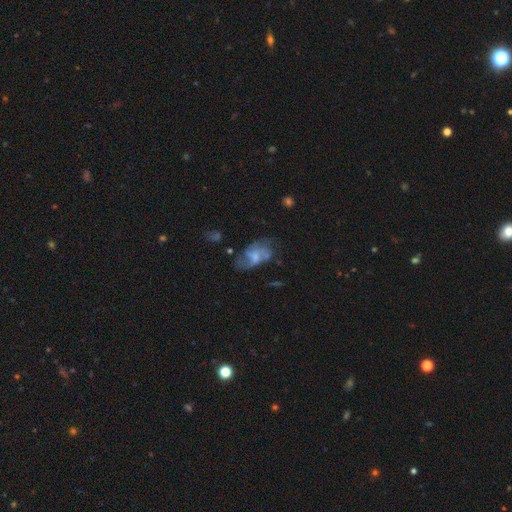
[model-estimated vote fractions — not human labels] A featured or disk galaxy (53%) with no bar (60%), spiral arms (57%) and a moderate central bulge (33%, tied with small). Merging: none (44%).